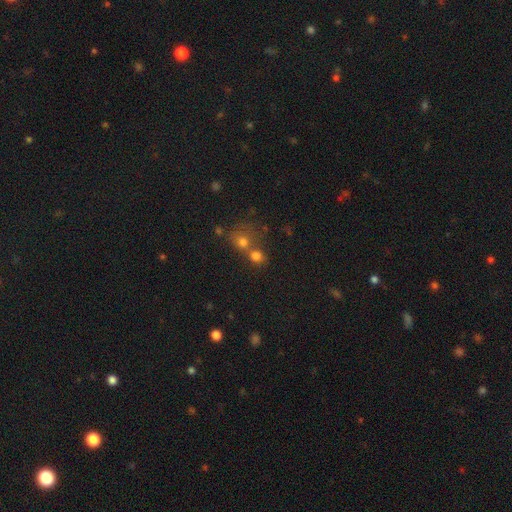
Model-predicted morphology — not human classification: Q: Smooth or featured?
A: smooth (76%); runner-up: star or artifact (15%)
Q: How rounded?
A: round (74%); runner-up: in between (25%)
Q: Merging?
A: merger (47%); runner-up: none (41%)